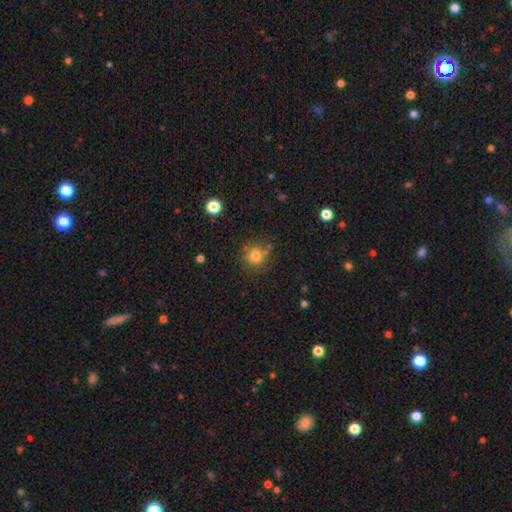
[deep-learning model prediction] The model was most divided on "smooth or featured": smooth: 79%, star or artifact: 13%, featured or disk: 8%. More confident: how rounded — round (91%); merging — none (77%).